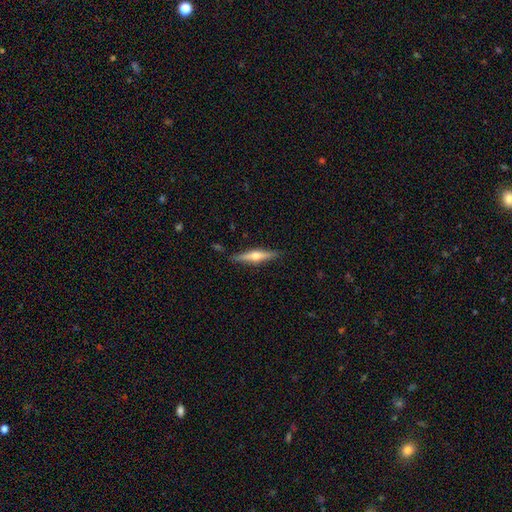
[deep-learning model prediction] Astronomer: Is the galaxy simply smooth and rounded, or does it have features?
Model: featured or disk — 66%.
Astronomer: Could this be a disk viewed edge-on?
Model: yes — 97%.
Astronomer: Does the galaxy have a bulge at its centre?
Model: rounded — 94%.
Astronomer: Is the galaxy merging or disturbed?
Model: none — 88%.